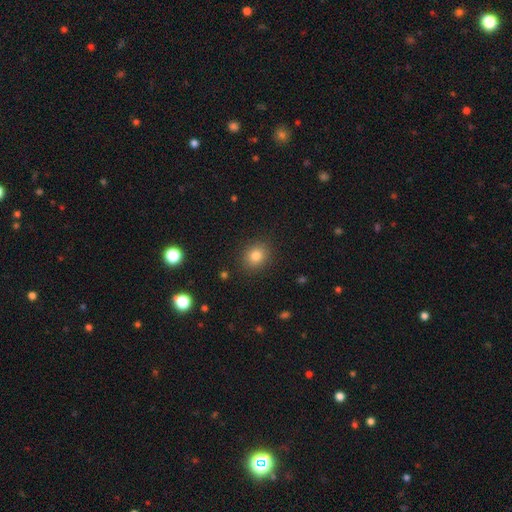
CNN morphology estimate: Smooth or featured? smooth (81%)
How rounded? round (69%)
Merging? none (88%)